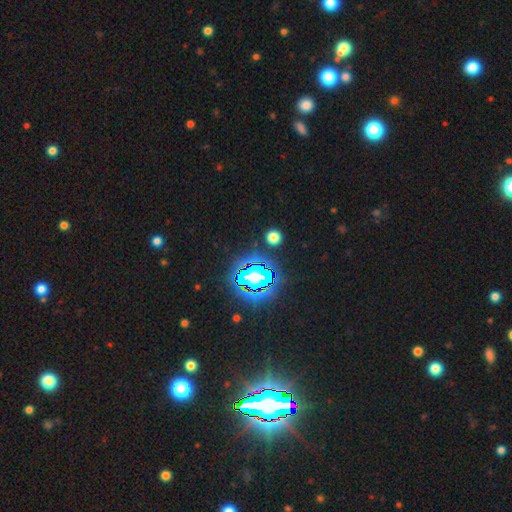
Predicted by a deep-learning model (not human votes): A star or artifact, not a galaxy (84%).

Vote fractions:
- Smooth or featured? star or artifact: 84% / smooth: 9% / featured or disk: 7%